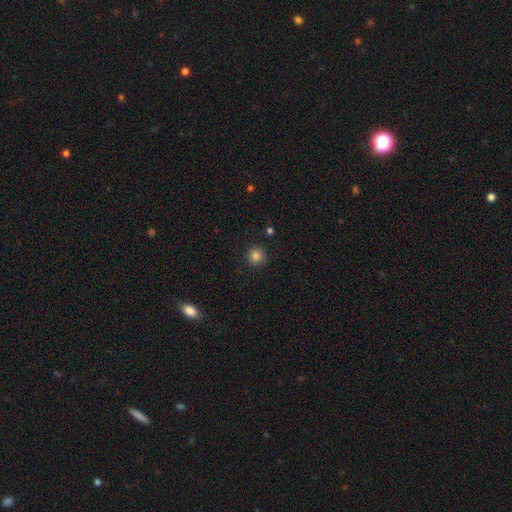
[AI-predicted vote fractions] Q: Smooth or featured?
A: smooth (84%); runner-up: star or artifact (12%)
Q: How rounded?
A: round (94%); runner-up: in between (5%)
Q: Merging?
A: none (90%); runner-up: minor disturbance (6%)